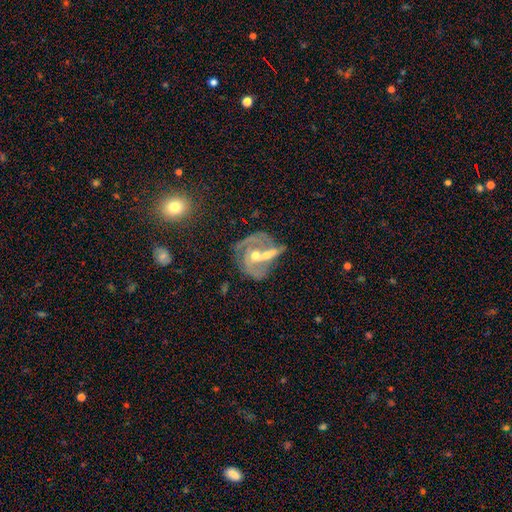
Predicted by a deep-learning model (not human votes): This appears to be a featured or disk galaxy (80%) with no bar (47%), 2 (58%) medium (47%) spiral arms (87%) and a moderate central bulge (64%). Merging: merger (48%).